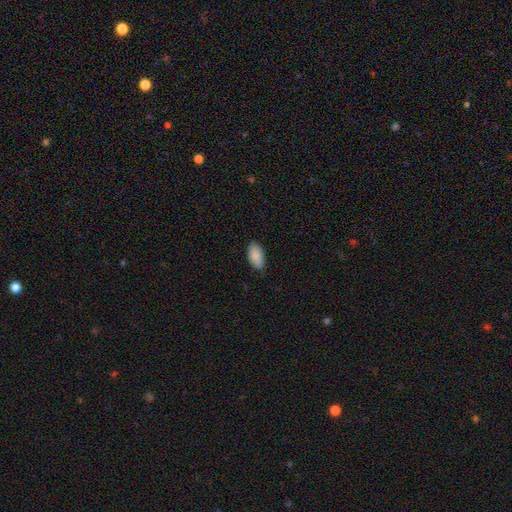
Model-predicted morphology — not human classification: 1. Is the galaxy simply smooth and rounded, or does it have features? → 89% smooth, 6% star or artifact, 5% featured or disk.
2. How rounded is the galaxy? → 95% in between, 3% cigar-shaped, 2% round.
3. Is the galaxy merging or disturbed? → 85% none, 12% minor disturbance, 2% major disturbance, 1% merger.